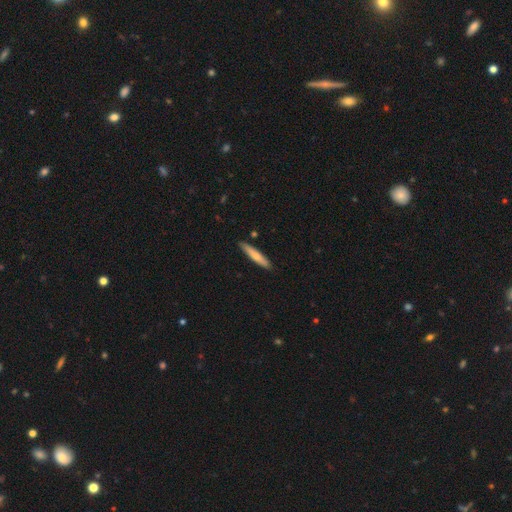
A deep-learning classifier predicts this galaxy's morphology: This appears to be a smooth galaxy with no disk features (71%) that is cigar-shaped (91%). Merging: none (88%).